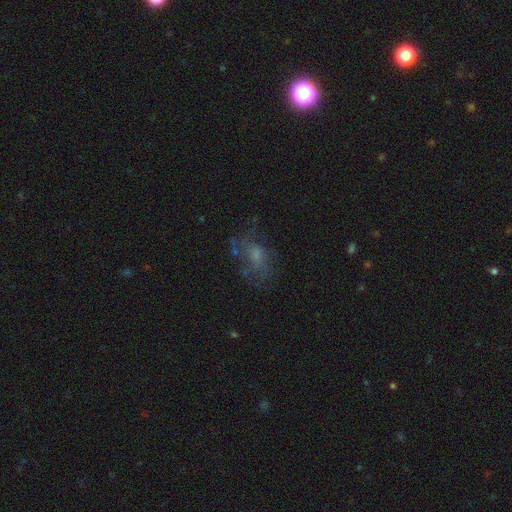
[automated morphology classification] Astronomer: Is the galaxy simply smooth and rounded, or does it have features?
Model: featured or disk — 44% (runner-up: smooth, 39%).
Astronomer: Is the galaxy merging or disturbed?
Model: none — 50% (runner-up: major disturbance, 26%).